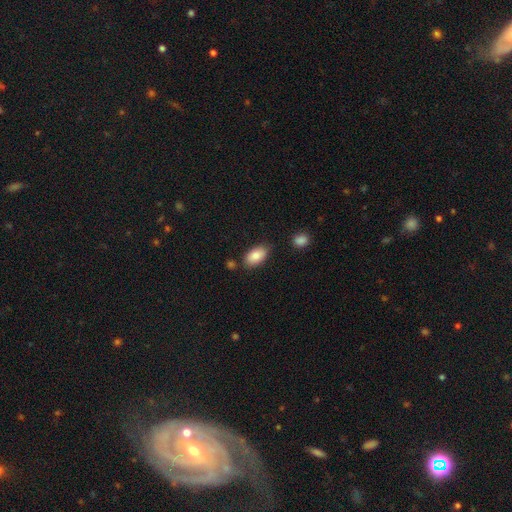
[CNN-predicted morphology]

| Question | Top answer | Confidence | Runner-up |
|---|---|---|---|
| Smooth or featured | smooth | 86% | featured or disk (8%) |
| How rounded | in between | 94% | round (4%) |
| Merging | none | 78% | minor disturbance (14%) |